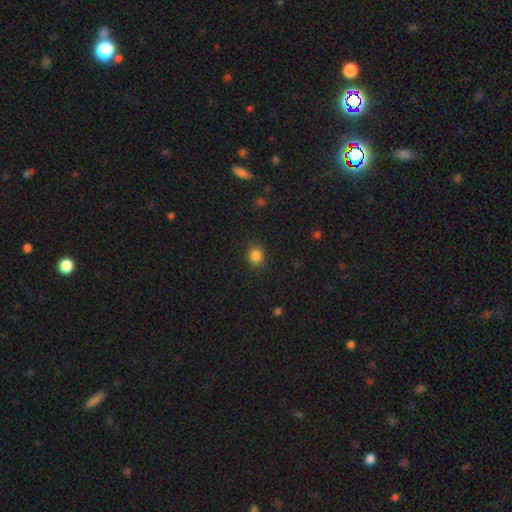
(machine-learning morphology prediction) A smooth galaxy with no disk features (85%) that is round (77%). Merging: none (87%).